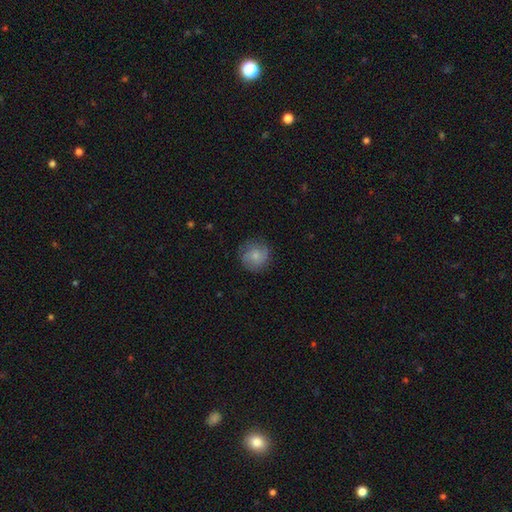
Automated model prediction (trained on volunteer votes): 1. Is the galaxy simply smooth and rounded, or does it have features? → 68% smooth, 25% featured or disk, 7% star or artifact.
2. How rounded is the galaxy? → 93% round, 6% in between, 1% cigar-shaped.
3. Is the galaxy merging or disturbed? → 80% none, 14% minor disturbance, 4% major disturbance, 1% merger.